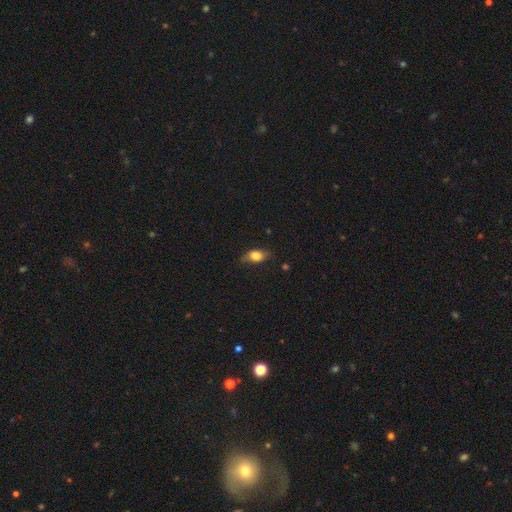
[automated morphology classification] Smooth or featured: smooth — 75% (featured or disk — 17%)
How rounded: in between — 81% (round — 11%)
Merging: none — 67% (minor disturbance — 25%)